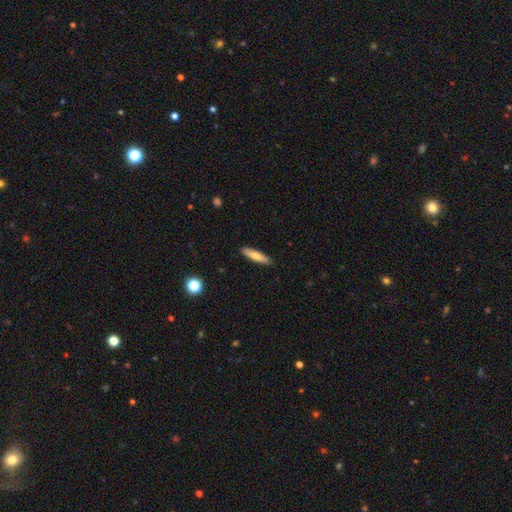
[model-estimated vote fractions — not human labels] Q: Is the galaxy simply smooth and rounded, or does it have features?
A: smooth — 70%.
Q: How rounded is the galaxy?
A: cigar-shaped — 81%.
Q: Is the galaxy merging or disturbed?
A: none — 89%.